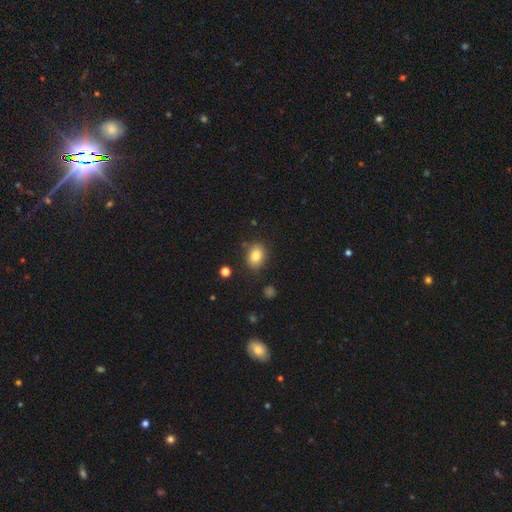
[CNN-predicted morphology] Smooth or featured? Predicted: smooth (p=0.83). How rounded? Predicted: in between (p=0.56). Merging? Predicted: none (p=0.82).